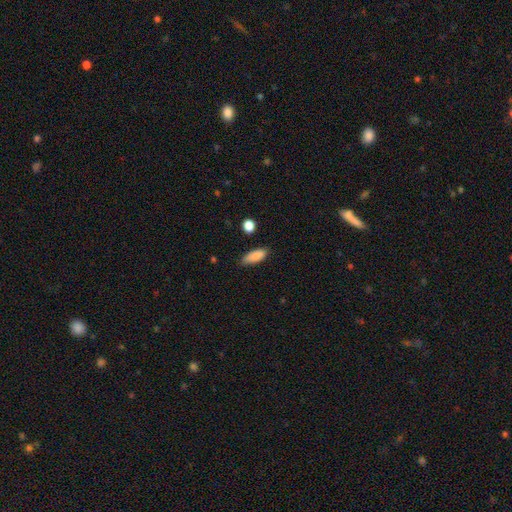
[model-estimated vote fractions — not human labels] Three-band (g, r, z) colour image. It shows a smooth galaxy with no disk features (88%) that is in between round and cigar-shaped (75%). Merging: none (77%).